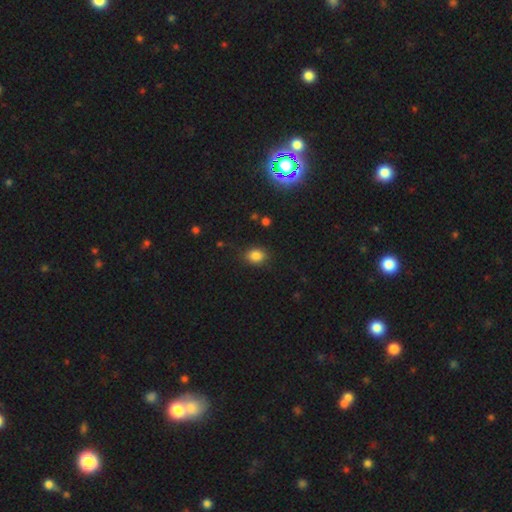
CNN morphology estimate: A smooth galaxy with no disk features (83%) that is in between round and cigar-shaped (50%).

Vote fractions:
- Smooth or featured? smooth: 83% / star or artifact: 12% / featured or disk: 5%
- How rounded? in between: 50% / round: 49% / cigar-shaped: 1%
- Merging? none: 82% / minor disturbance: 13% / major disturbance: 4% / merger: 2%